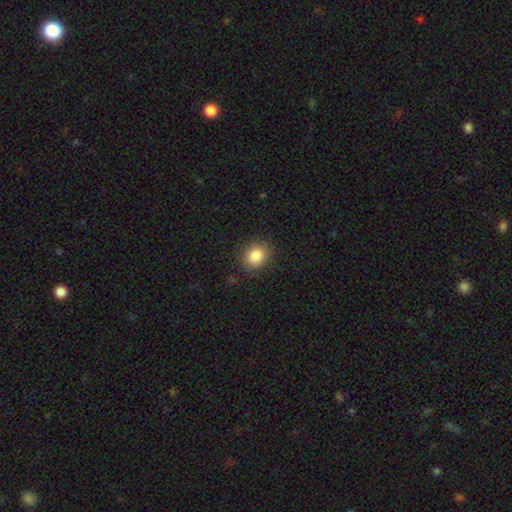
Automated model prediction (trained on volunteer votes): Smooth or featured? Predicted: smooth (p=0.85). How rounded? Predicted: round (p=0.53). Merging? Predicted: none (p=0.86).